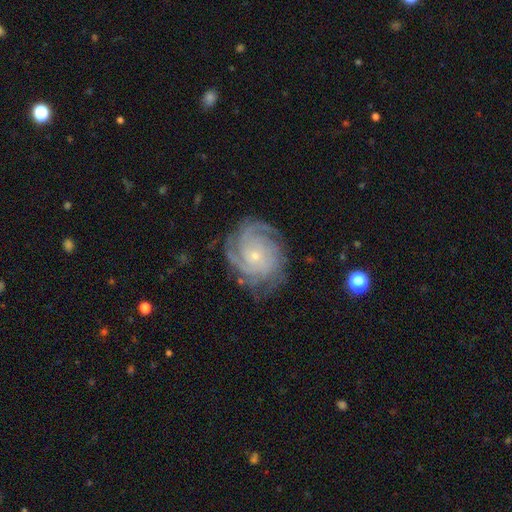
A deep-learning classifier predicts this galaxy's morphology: smooth_or_featured: featured or disk (p=0.88) [alt: smooth p=0.06]
disk_edge_on: no (p=0.98) [alt: yes p=0.02]
bar: no (p=0.79) [alt: weak p=0.17]
has_spiral_arms: yes (p=0.98) [alt: no p=0.02]
spiral_winding: tight (p=0.74) [alt: medium p=0.22]
spiral_arm_count: 4 (p=0.36) [alt: 3 p=0.19]
bulge_size: small (p=0.82) [alt: moderate p=0.15]
merging: none (p=0.77) [alt: minor disturbance p=0.16]